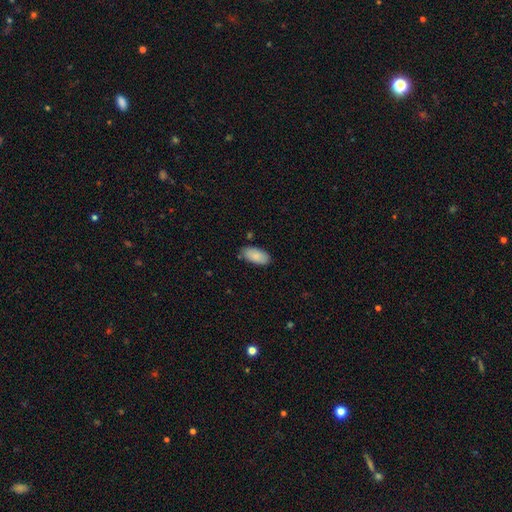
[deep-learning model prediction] smooth 87%, featured or disk 6%, star or artifact 6%. Down the decision tree: how rounded — in between (94%); merging — none (81%).